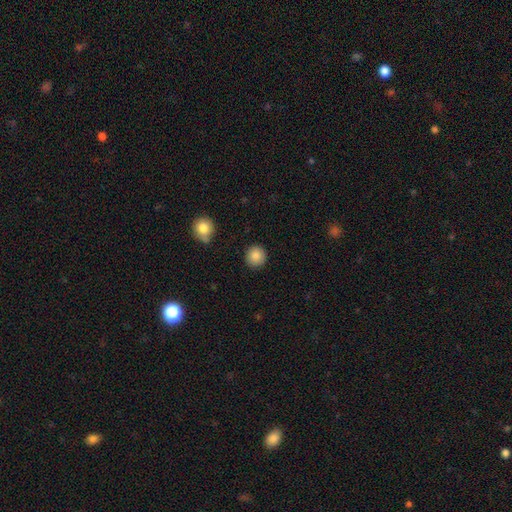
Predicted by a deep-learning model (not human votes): This appears to be a smooth galaxy with no disk features (87%) that is round (93%). Merging: none (91%).